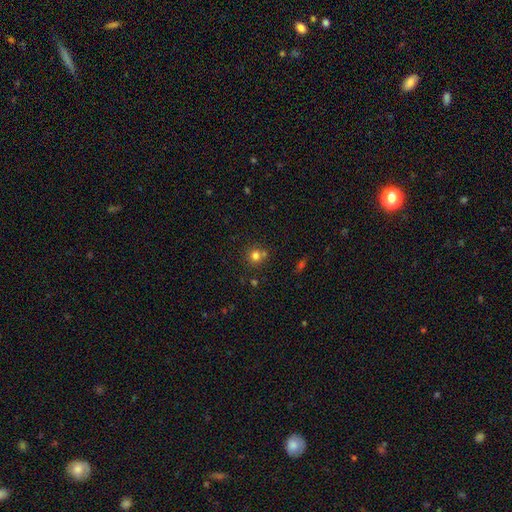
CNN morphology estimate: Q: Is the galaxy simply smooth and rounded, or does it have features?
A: smooth — 76%.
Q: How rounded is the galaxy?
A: round — 90%.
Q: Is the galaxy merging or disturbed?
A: none — 66%.